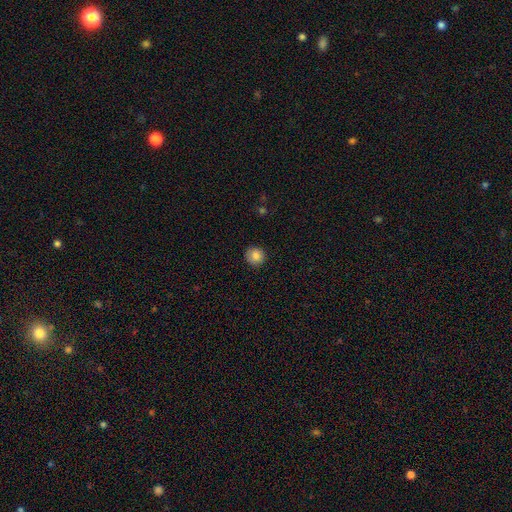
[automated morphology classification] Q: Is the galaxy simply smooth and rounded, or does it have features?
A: smooth — 84%.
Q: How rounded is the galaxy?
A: round — 94%.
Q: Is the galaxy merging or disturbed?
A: none — 91%.